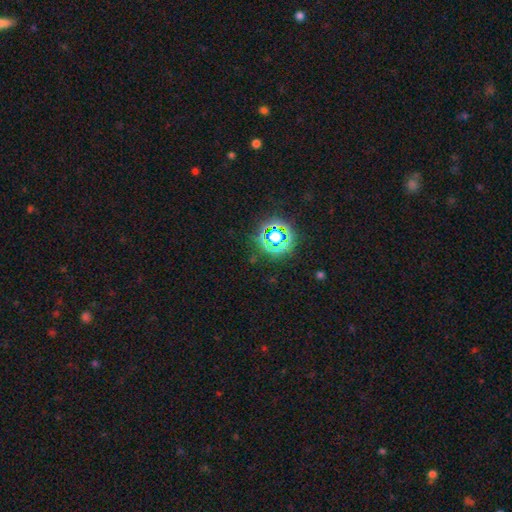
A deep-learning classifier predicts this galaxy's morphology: This appears to be a star or artifact, not a galaxy (76%).